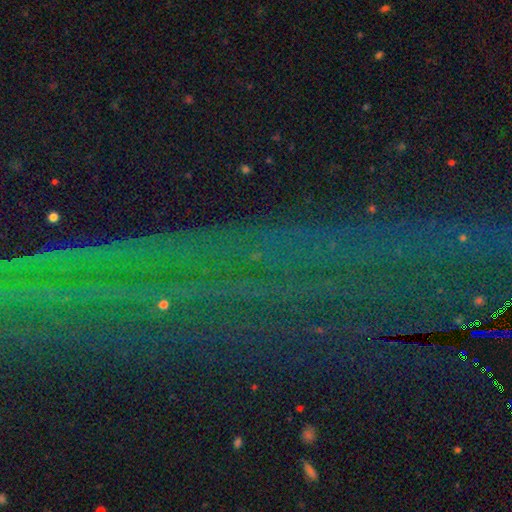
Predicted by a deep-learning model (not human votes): Q: Smooth or featured?
A: star or artifact (81%); runner-up: featured or disk (11%)